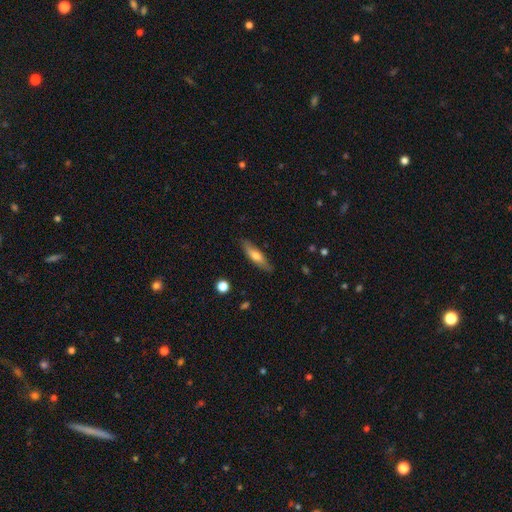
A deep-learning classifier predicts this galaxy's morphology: type=smooth (56%); roundness=cigar-shaped (66%); merging=none (84%).